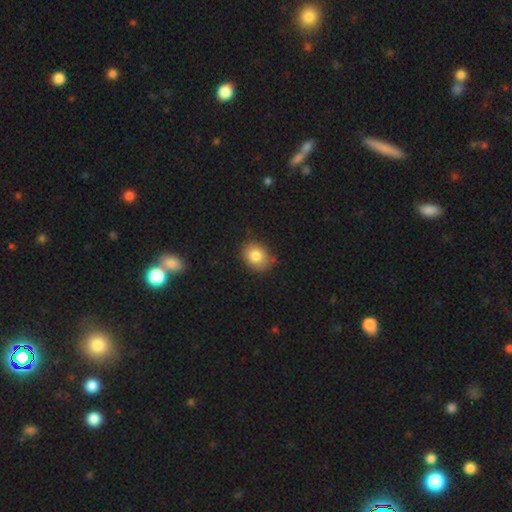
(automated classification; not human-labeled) Q: Smooth or featured?
A: smooth (83%); runner-up: star or artifact (9%)
Q: How rounded?
A: in between (50%); runner-up: round (49%)
Q: Merging?
A: none (80%); runner-up: minor disturbance (14%)